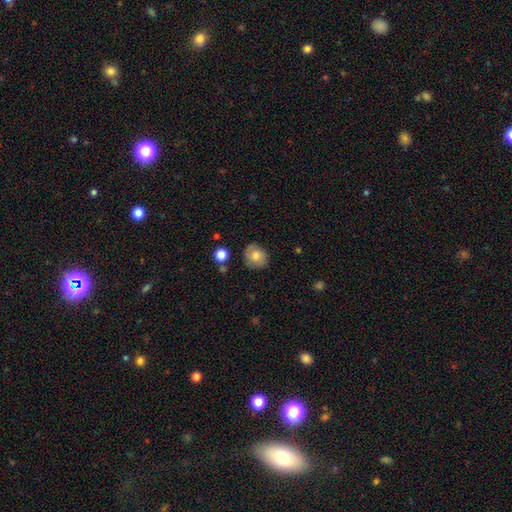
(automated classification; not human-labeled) Smooth or featured? smooth (75%)
How rounded? round (69%)
Merging? none (77%)